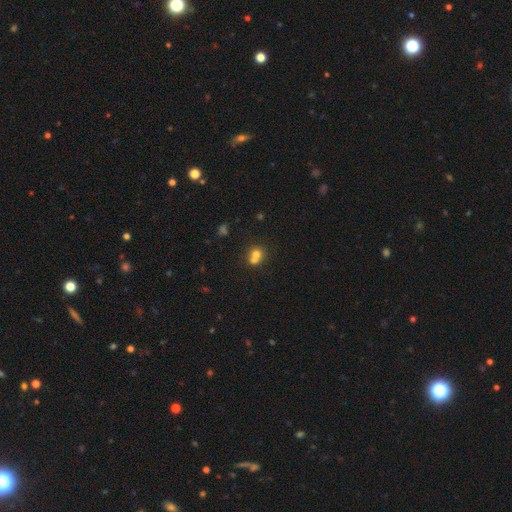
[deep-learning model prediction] This appears to be a smooth galaxy with no disk features (69%) that is round (81%). Merging: merger (57%).